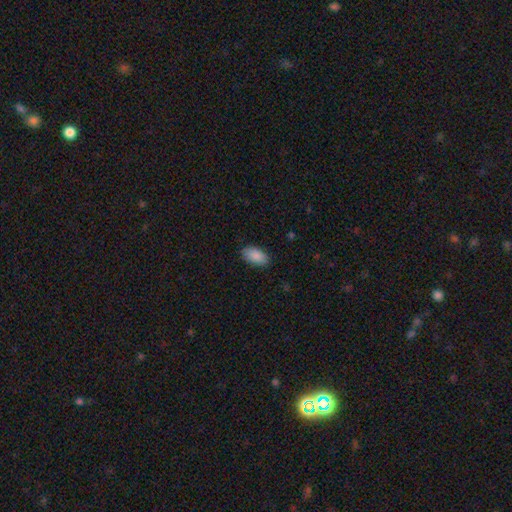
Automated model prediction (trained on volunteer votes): A smooth galaxy with no disk features (89%) that is in between round and cigar-shaped (94%).

Vote fractions:
- Smooth or featured? smooth: 89% / star or artifact: 6% / featured or disk: 4%
- How rounded? in between: 94% / round: 3% / cigar-shaped: 3%
- Merging? none: 86% / minor disturbance: 11% / major disturbance: 2% / merger: 1%